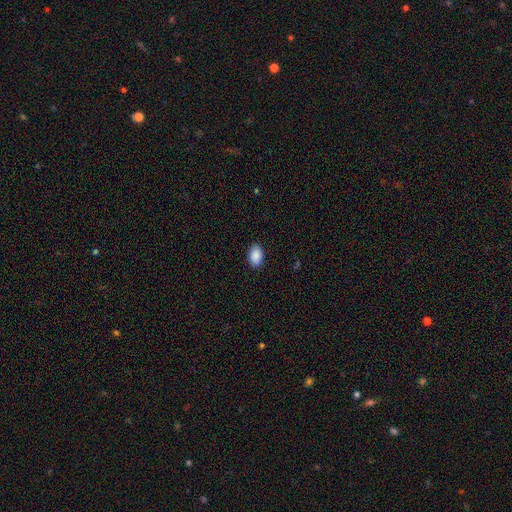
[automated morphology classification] Overall: smooth (90%). How rounded: in between (90%). Merging: none (89%).